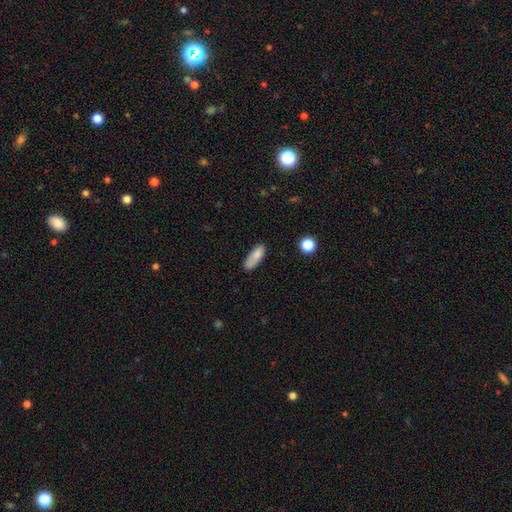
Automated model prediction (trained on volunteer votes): A smooth galaxy with no disk features (81%) that is in between round and cigar-shaped (68%).

Vote fractions:
- Smooth or featured? smooth: 81% / featured or disk: 12% / star or artifact: 8%
- How rounded? in between: 68% / cigar-shaped: 29% / round: 3%
- Merging? none: 65% / minor disturbance: 24% / major disturbance: 6% / merger: 5%